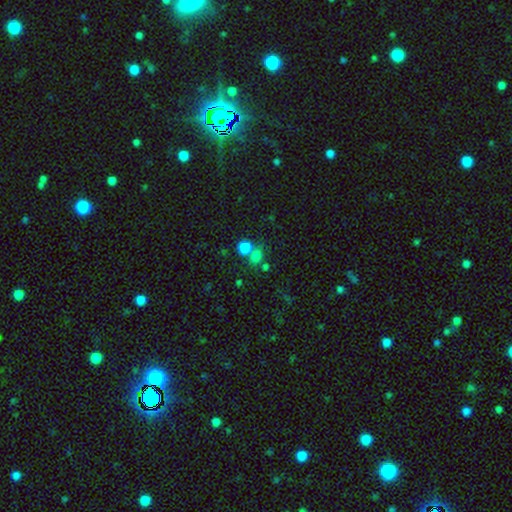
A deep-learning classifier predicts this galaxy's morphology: Smooth or featured: smooth — 75% (star or artifact — 17%)
How rounded: round — 63% (in between — 36%)
Merging: none — 50% (merger — 36%)